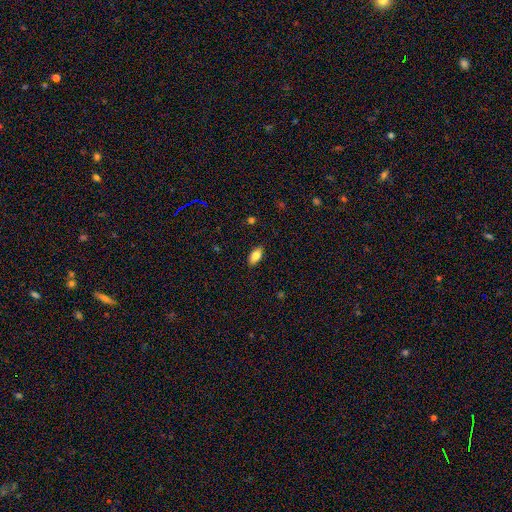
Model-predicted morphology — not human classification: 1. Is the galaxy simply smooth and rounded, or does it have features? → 81% smooth, 11% featured or disk, 7% star or artifact.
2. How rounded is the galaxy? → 91% in between, 6% cigar-shaped, 3% round.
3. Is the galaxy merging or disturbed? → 88% none, 9% minor disturbance, 2% major disturbance, 1% merger.